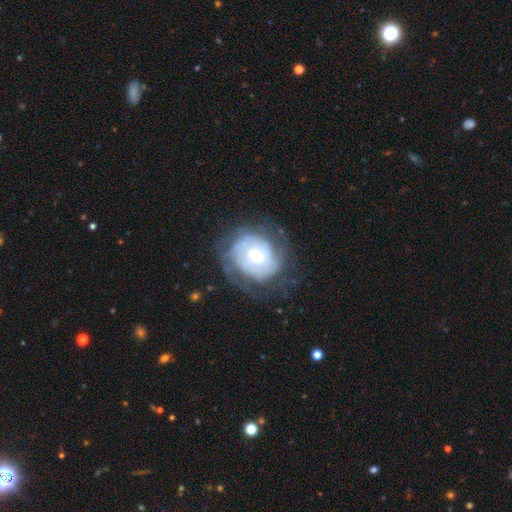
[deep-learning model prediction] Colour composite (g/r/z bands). It shows a featured or disk galaxy (77%) with no bar (57%), tight (66%) spiral arms (91%) and a moderate central bulge (46%). Merging: none (67%).